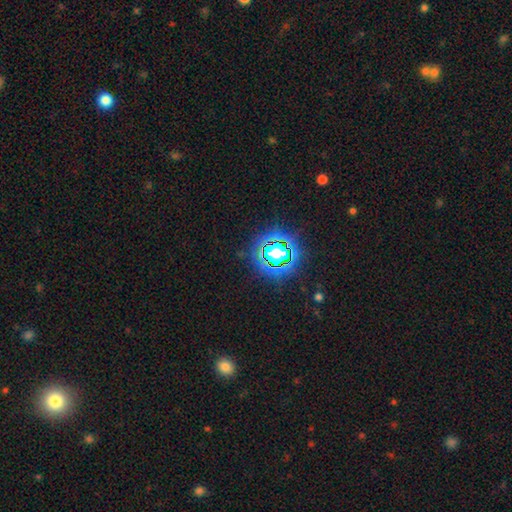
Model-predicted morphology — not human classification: Q: Smooth or featured?
A: star or artifact (79%); runner-up: smooth (13%)